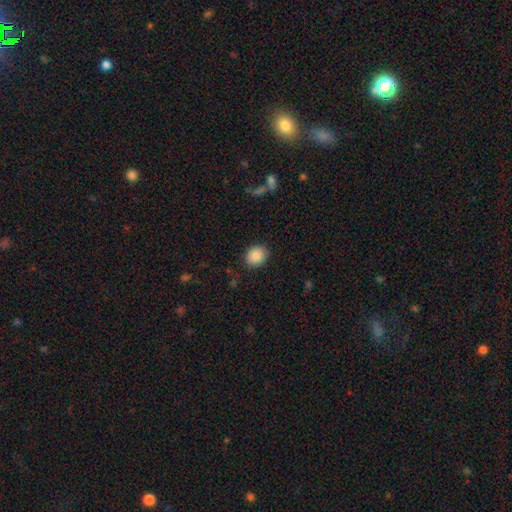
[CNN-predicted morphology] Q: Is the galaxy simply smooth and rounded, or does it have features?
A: smooth — 88%.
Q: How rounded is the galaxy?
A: round — 57%.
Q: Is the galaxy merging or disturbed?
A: none — 88%.